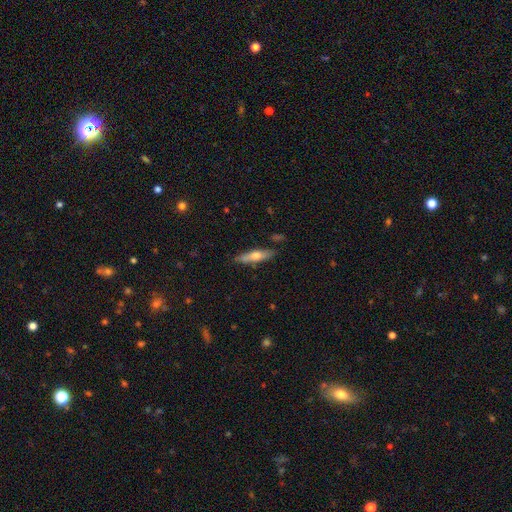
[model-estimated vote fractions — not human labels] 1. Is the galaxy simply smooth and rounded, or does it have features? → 54% smooth, 40% featured or disk, 6% star or artifact.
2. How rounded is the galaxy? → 73% cigar-shaped, 25% in between, 2% round.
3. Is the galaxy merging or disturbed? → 83% none, 13% minor disturbance, 2% major disturbance, 2% merger.